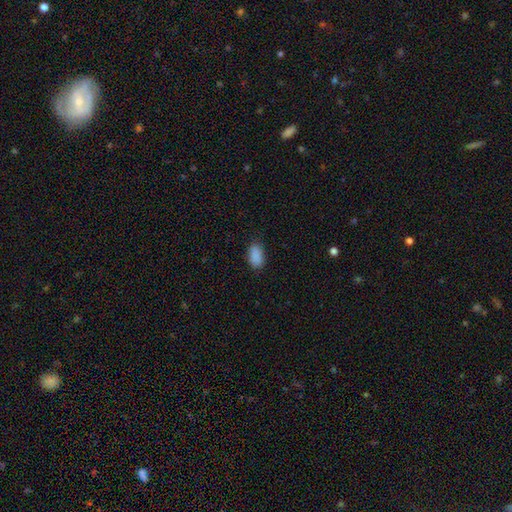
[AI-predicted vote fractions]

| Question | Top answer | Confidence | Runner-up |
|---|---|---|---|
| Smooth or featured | smooth | 89% | star or artifact (8%) |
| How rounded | in between | 93% | round (5%) |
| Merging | none | 82% | minor disturbance (14%) |